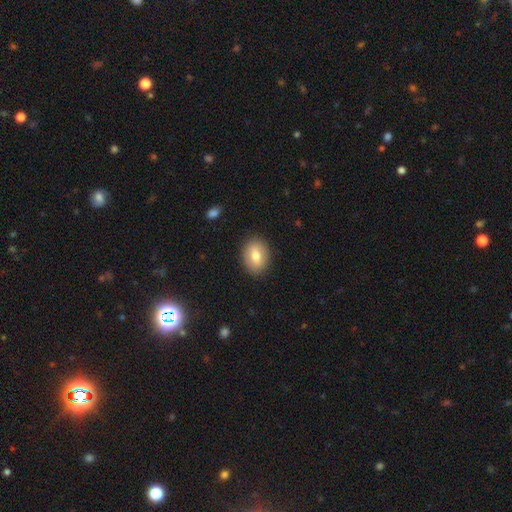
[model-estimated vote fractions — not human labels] The model was most divided on "how rounded": in between: 77%, round: 21%, cigar-shaped: 1%. More confident: merging — none (88%); smooth or featured — smooth (75%).